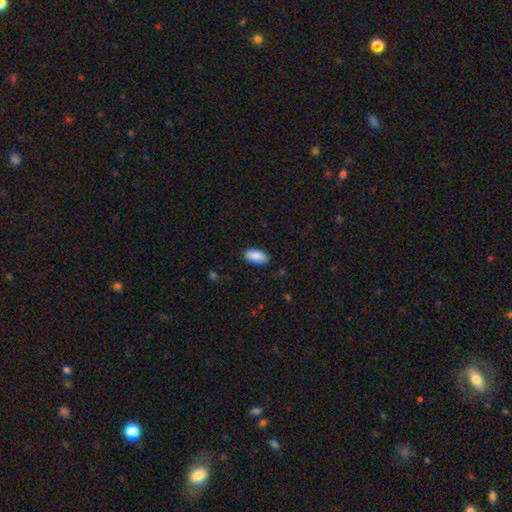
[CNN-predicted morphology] Smooth or featured? smooth (88%)
How rounded? in between (93%)
Merging? none (87%)